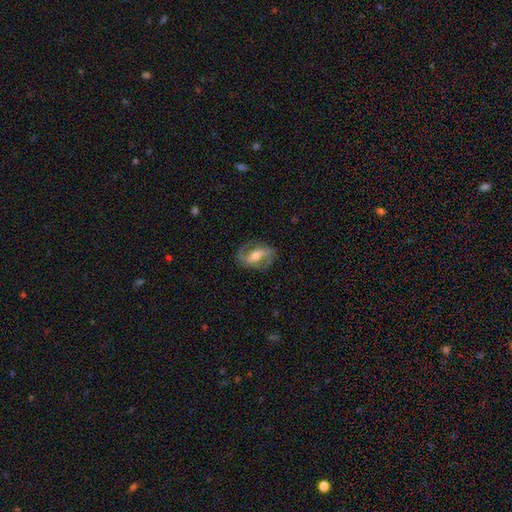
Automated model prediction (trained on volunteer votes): This is clearly a featured or disk galaxy (83%). It is clearly not viewed edge-on (96%). Bar: marginally weak (39%, tied with strong). Spiral arm pattern: clearly yes (93%). Spiral arm count: clearly 2 (89%). Spiral winding: possibly medium (46%). Central bulge: likely moderate (65%). Merging: likely none (79%).